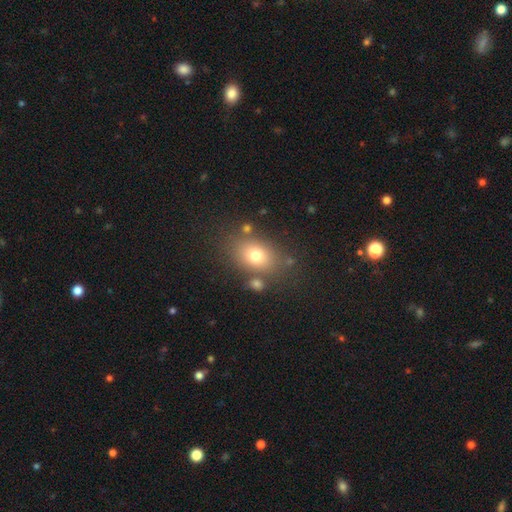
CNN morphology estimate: This appears to be a smooth galaxy with no disk features (74%) that is in between round and cigar-shaped (69%). Merging: none (74%).